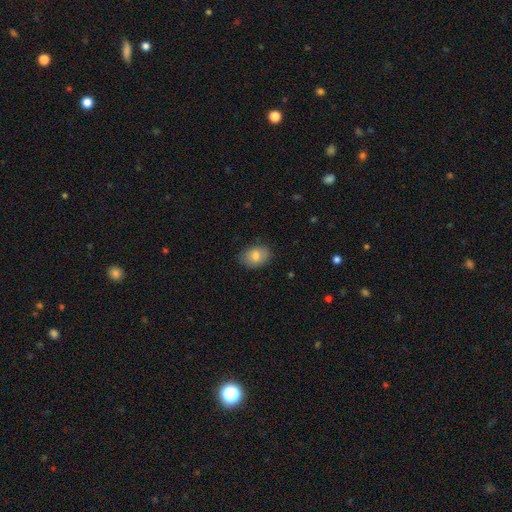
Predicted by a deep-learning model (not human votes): Smooth or featured?
  - smooth: 79% *
  - featured or disk: 14%
  - star or artifact: 8%
How rounded?
  - in between: 71% *
  - round: 28%
  - cigar-shaped: 1%
Merging?
  - none: 79% *
  - minor disturbance: 16%
  - major disturbance: 3%
  - merger: 1%